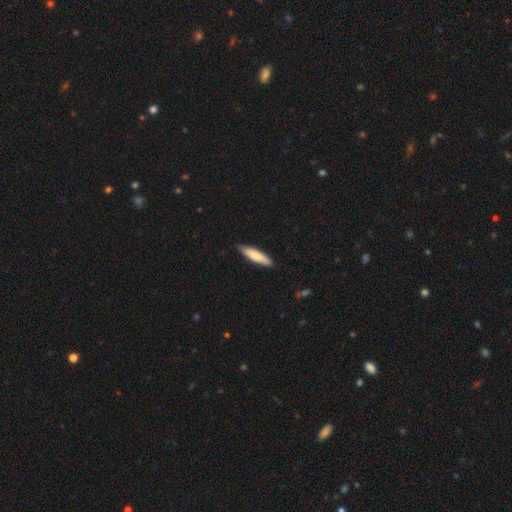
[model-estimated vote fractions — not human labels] smooth-or-featured: smooth: 80% | featured or disk: 16% | star or artifact: 5%
  how-rounded: cigar-shaped: 77% | in between: 22% | round: 1%
  merging: none: 84% | minor disturbance: 13% | major disturbance: 2% | merger: 1%